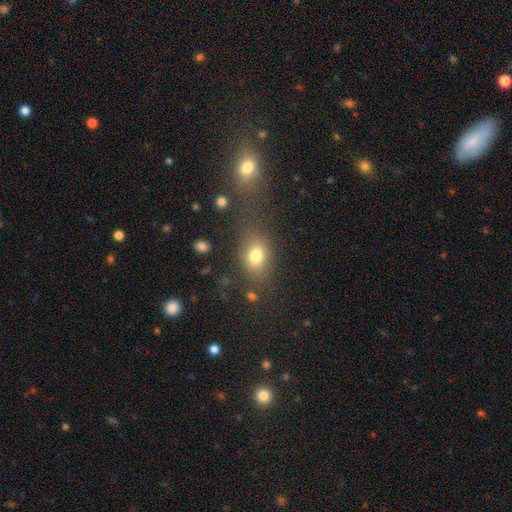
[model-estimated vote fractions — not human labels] The model was most divided on "how rounded": in between: 62%, round: 35%, cigar-shaped: 3%. More confident: smooth or featured — smooth (77%); merging — none (62%).